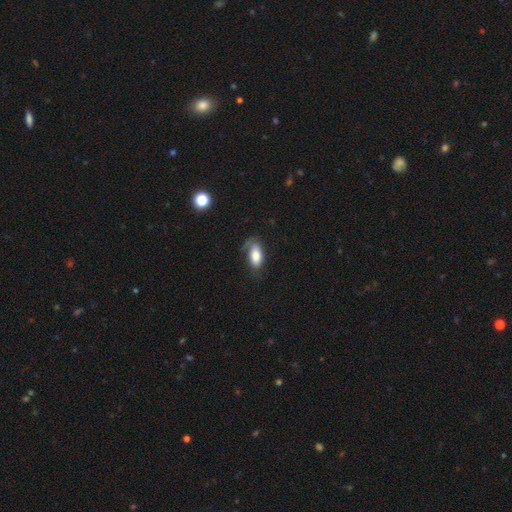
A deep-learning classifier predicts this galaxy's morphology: Smooth or featured? Predicted: smooth (p=0.77). How rounded? Predicted: in between (p=0.90). Merging? Predicted: none (p=0.57).